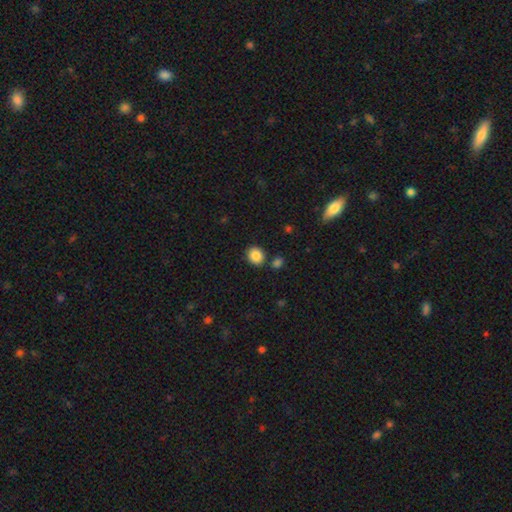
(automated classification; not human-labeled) Smooth or featured? Predicted: smooth (p=0.86). How rounded? Predicted: round (p=0.71). Merging? Predicted: none (p=0.81).